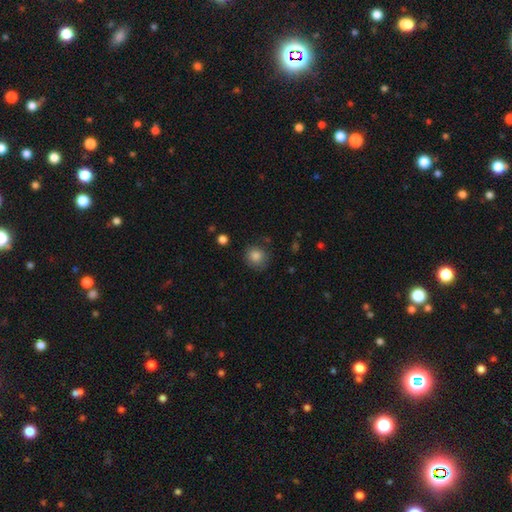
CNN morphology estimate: This is clearly a smooth galaxy (84%). How rounded: clearly round (88%). Merging: likely none (80%).